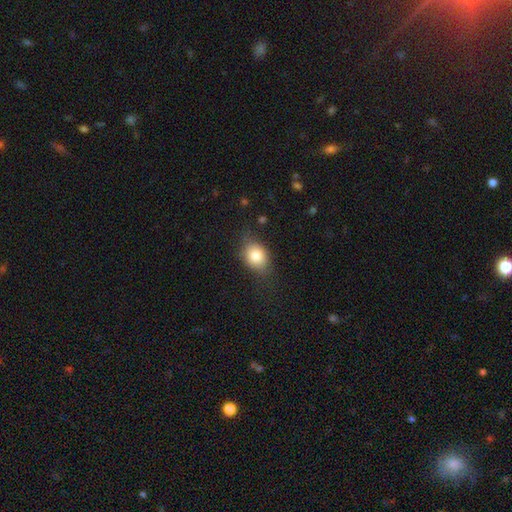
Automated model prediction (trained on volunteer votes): Smooth or featured: smooth — 79% (featured or disk — 12%)
How rounded: in between — 60% (round — 38%)
Merging: none — 68% (minor disturbance — 23%)